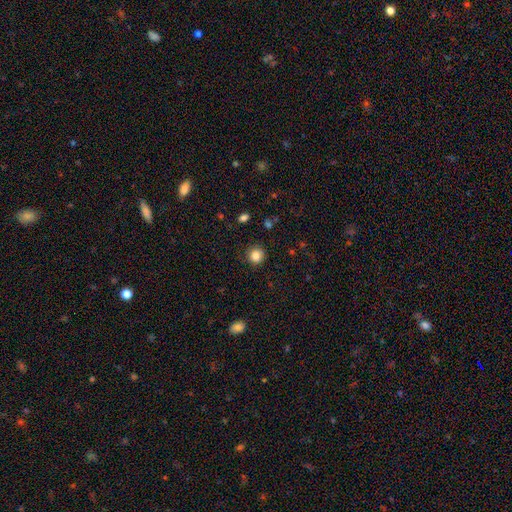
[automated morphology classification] Smooth or featured?
  - smooth: 85% *
  - star or artifact: 11%
  - featured or disk: 4%
How rounded?
  - round: 92% *
  - in between: 7%
  - cigar-shaped: 1%
Merging?
  - none: 89% *
  - minor disturbance: 7%
  - major disturbance: 2%
  - merger: 1%